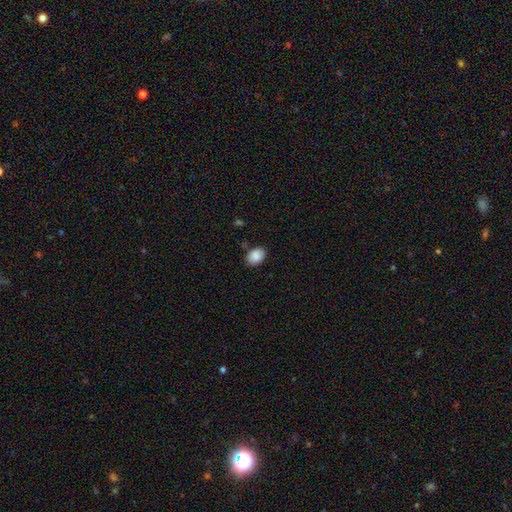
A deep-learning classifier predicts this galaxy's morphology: The model was most divided on "how rounded": in between: 80%, round: 19%, cigar-shaped: 1%. More confident: smooth or featured — smooth (88%); merging — none (83%).